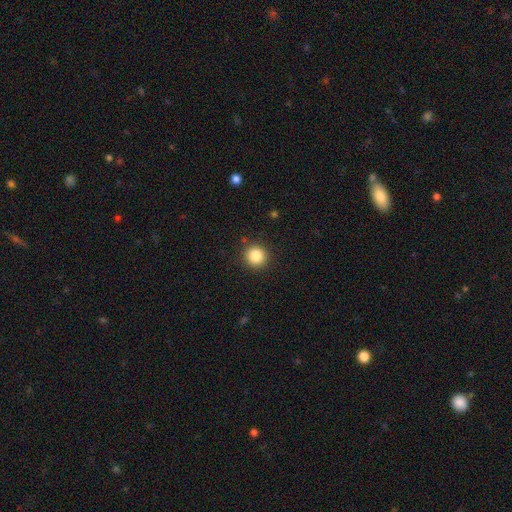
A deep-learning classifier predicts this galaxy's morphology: smooth 85%, star or artifact 10%, featured or disk 5%. Down the decision tree: how rounded — round (94%); merging — none (90%).